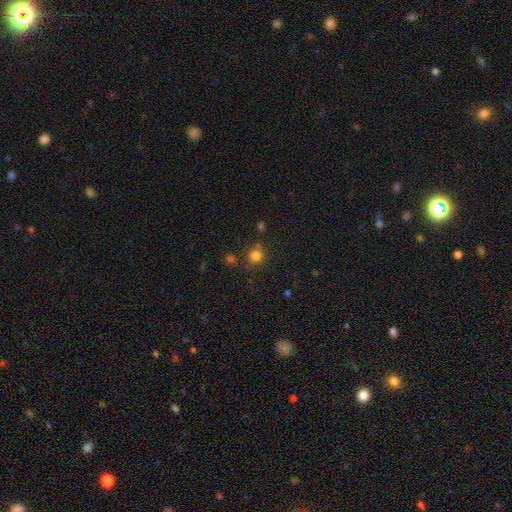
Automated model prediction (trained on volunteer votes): Smooth or featured? Predicted: smooth (p=0.79). How rounded? Predicted: round (p=0.92). Merging? Predicted: none (p=0.77).